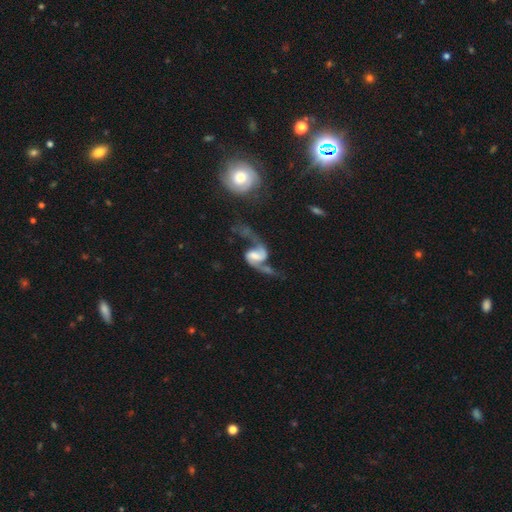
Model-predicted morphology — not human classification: A featured or disk galaxy (88%) with a weak bar (46%), 2 (93%) loose (73%) spiral arms (96%) and no central bulge (29%). Merging: none (50%).